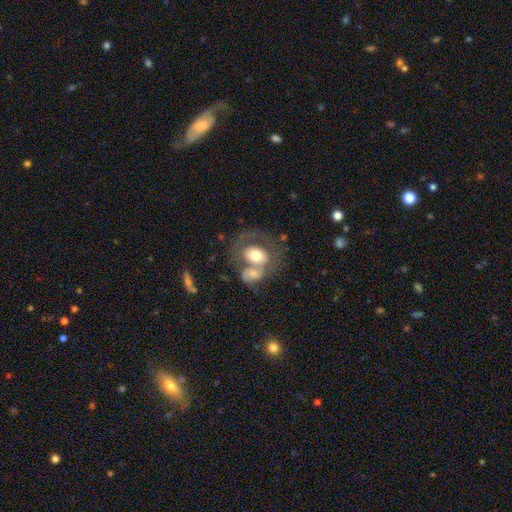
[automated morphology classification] Q: Smooth or featured?
A: smooth (52%); runner-up: featured or disk (41%)
Q: How rounded?
A: in between (54%); runner-up: round (45%)
Q: Merging?
A: merger (51%); runner-up: none (24%)